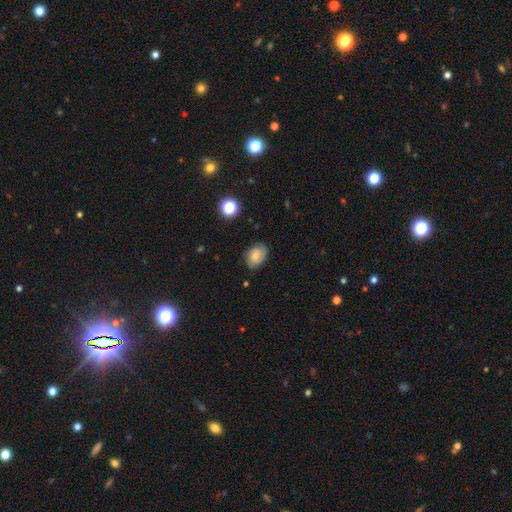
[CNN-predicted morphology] Smooth or featured: smooth — 57% (featured or disk — 32%)
How rounded: in between — 70% (round — 29%)
Merging: none — 76% (minor disturbance — 18%)